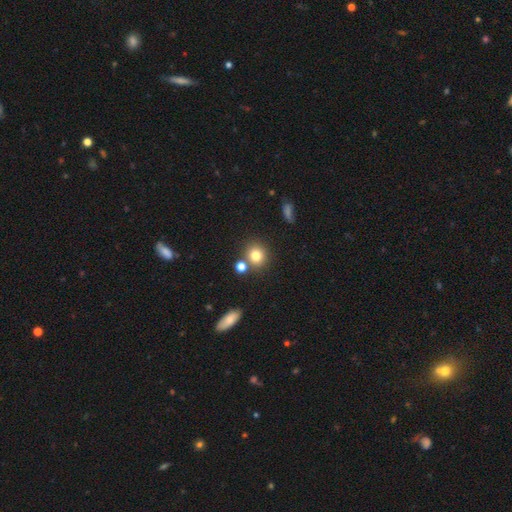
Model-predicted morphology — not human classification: The model was most divided on "merging": none: 73%, merger: 15%, minor disturbance: 9%, major disturbance: 3%. More confident: how rounded — round (81%); smooth or featured — smooth (80%).